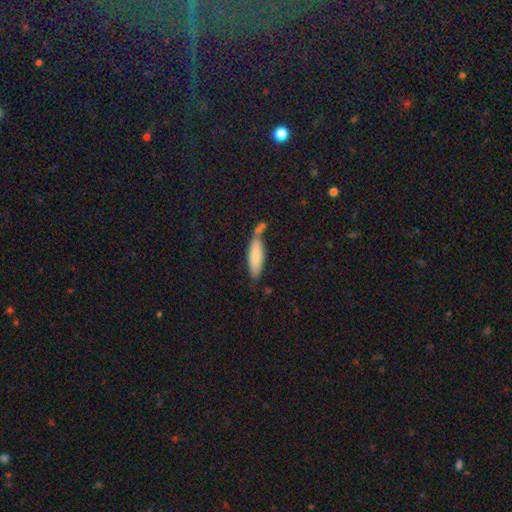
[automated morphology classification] smooth_or_featured: smooth (p=0.82) [alt: featured or disk p=0.12]
how_rounded: cigar-shaped (p=0.50) [alt: in between p=0.48]
merging: none (p=0.57) [alt: minor disturbance p=0.20]